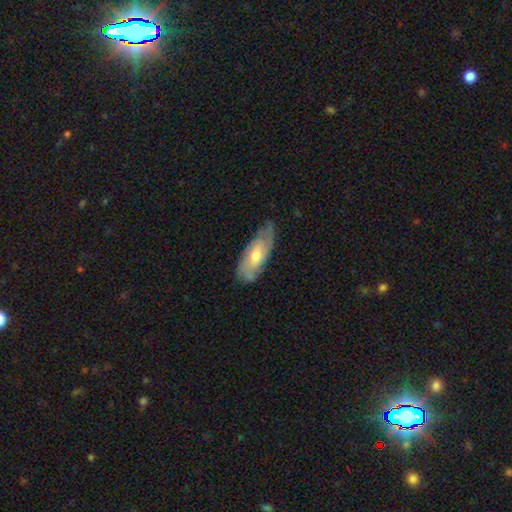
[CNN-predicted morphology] Overall: featured or disk (49%; smooth 46%). Merging: none (62%; minor disturbance 30%).